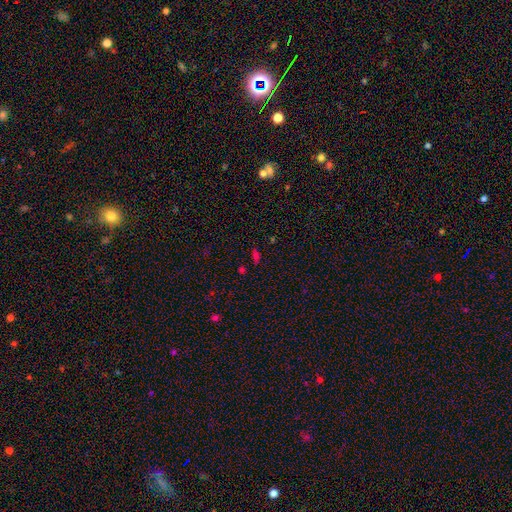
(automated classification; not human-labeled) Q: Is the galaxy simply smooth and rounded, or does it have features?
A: smooth — 55%.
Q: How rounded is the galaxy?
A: in between — 77%.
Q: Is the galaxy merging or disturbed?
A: none — 76%.